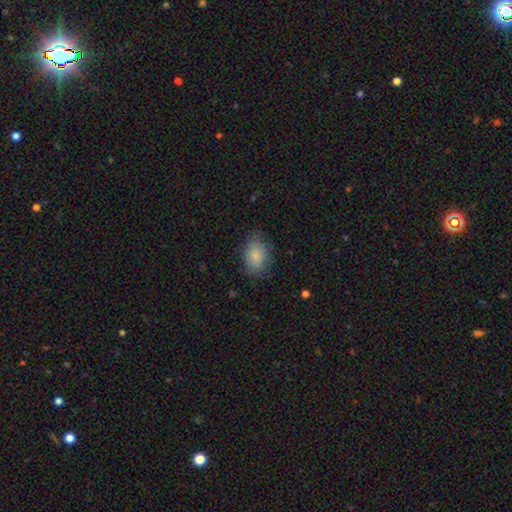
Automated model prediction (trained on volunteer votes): Smooth or featured: smooth — 83% (featured or disk — 10%)
How rounded: in between — 80% (round — 18%)
Merging: none — 72% (minor disturbance — 21%)